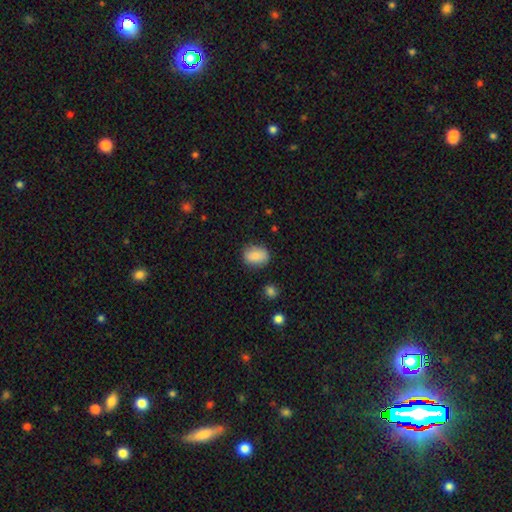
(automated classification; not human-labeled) Smooth or featured? smooth (87%)
How rounded? in between (74%)
Merging? none (78%)